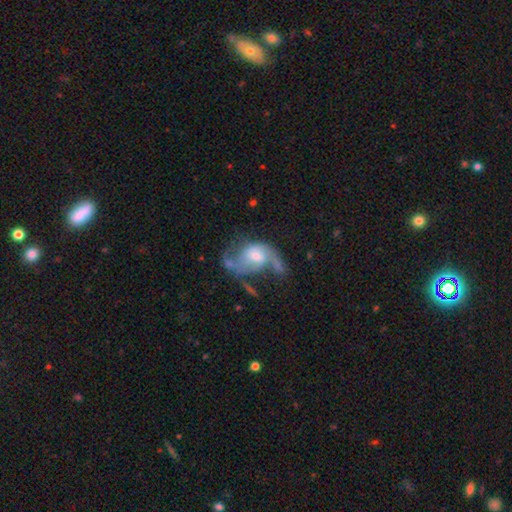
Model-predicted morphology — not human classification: A featured or disk galaxy (80%) with no bar (55%), 2 (78%) loose (54%) spiral arms (90%) and a moderate central bulge (49%).

Vote fractions:
- Smooth or featured? featured or disk: 80% / smooth: 13% / star or artifact: 7%
- Edge-on disk? no: 97% / yes: 3%
- Bar? no: 55% / weak: 36% / strong: 8%
- Spiral arms? yes: 90% / no: 10%
- Spiral winding? loose: 54% / medium: 37% / tight: 10%
- Spiral arm count? 2: 78% / can't tell: 7% / 1: 7% / 3: 5% / 4: 2% / more than 4: 2%
- Bulge size? moderate: 49% / small: 37% / large: 8% / none: 5% / dominant: 2%
- Merging? none: 38% / major disturbance: 32% / minor disturbance: 21% / merger: 9%